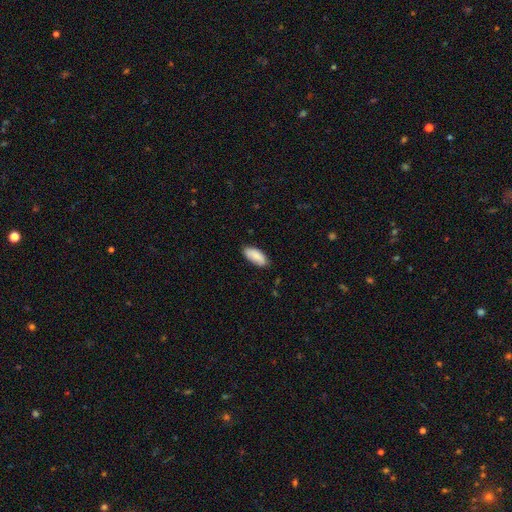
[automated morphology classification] This is clearly a smooth galaxy (86%). How rounded: clearly in between (88%). Merging: clearly none (83%).